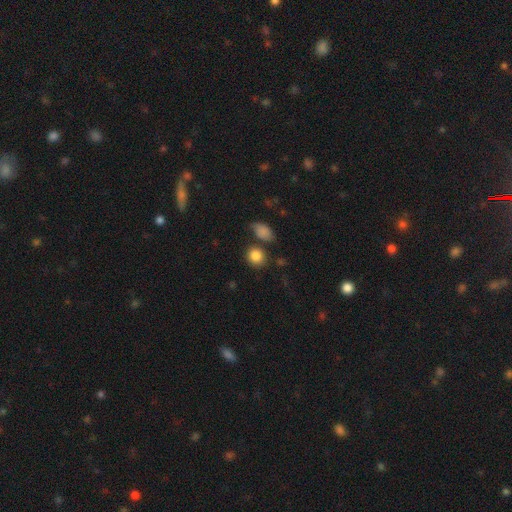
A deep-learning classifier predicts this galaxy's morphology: smooth_or_featured: smooth (p=0.86) [alt: star or artifact p=0.09]
how_rounded: round (p=0.79) [alt: in between p=0.19]
merging: none (p=0.72) [alt: minor disturbance p=0.12]